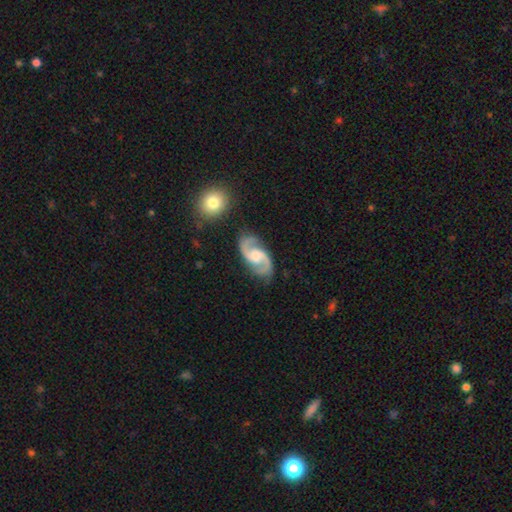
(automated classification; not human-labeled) Smooth or featured?
  - featured or disk: 92% *
  - smooth: 4%
  - star or artifact: 4%
Edge-on disk?
  - no: 98% *
  - yes: 2%
Bar?
  - no: 45% *
  - weak: 44%
  - strong: 11%
Spiral arms?
  - yes: 98% *
  - no: 2%
Spiral winding?
  - medium: 59% *
  - loose: 27%
  - tight: 14%
Spiral arm count?
  - 2: 94% *
  - can't tell: 2%
  - 3: 1%
  - 1: 1%
  - 4: 1%
  - more than 4: 1%
Bulge size?
  - moderate: 43% *
  - small: 36%
  - none: 13%
  - large: 7%
  - dominant: 2%
Merging?
  - none: 79% *
  - minor disturbance: 14%
  - major disturbance: 4%
  - merger: 3%